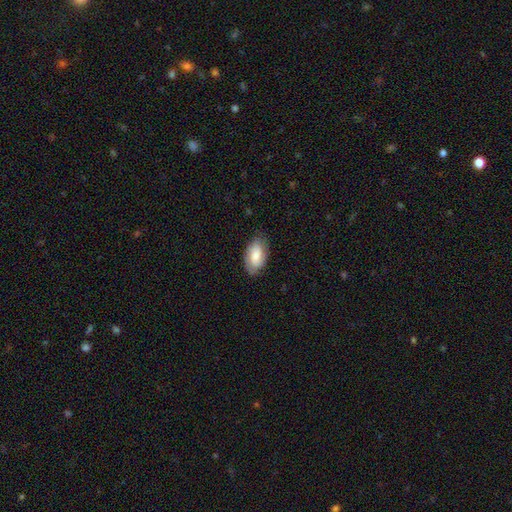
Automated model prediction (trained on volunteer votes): A smooth galaxy with no disk features (60%) that is in between round and cigar-shaped (93%).

Vote fractions:
- Smooth or featured? smooth: 60% / featured or disk: 33% / star or artifact: 7%
- How rounded? in between: 93% / round: 4% / cigar-shaped: 2%
- Merging? none: 75% / minor disturbance: 19% / major disturbance: 5% / merger: 1%